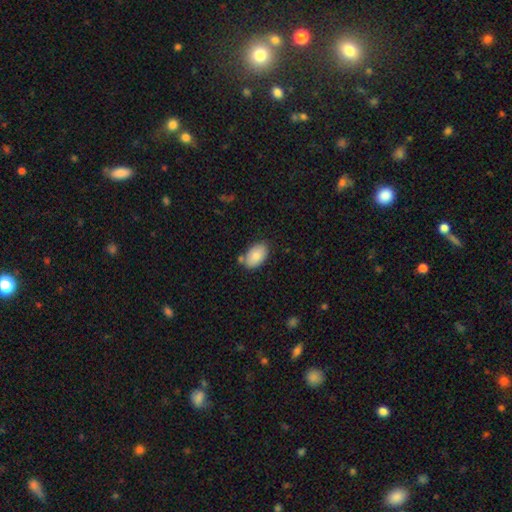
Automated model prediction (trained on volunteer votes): A smooth galaxy with no disk features (84%) that is in between round and cigar-shaped (92%).

Vote fractions:
- Smooth or featured? smooth: 84% / featured or disk: 9% / star or artifact: 7%
- How rounded? in between: 92% / round: 7% / cigar-shaped: 1%
- Merging? none: 70% / minor disturbance: 17% / merger: 9% / major disturbance: 4%